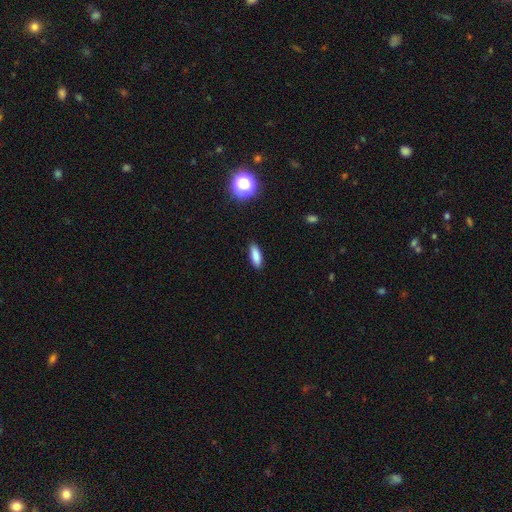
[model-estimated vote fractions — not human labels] Smooth or featured? Predicted: smooth (p=0.85). How rounded? Predicted: in between (p=0.60). Merging? Predicted: none (p=0.88).